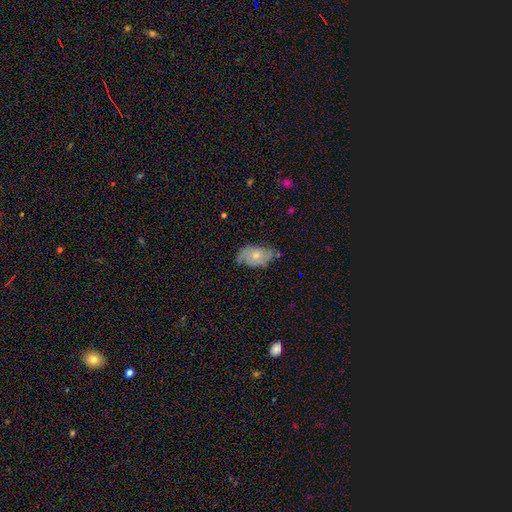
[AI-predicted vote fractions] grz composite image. It shows a featured or disk galaxy (51%). Merging: none (56%).